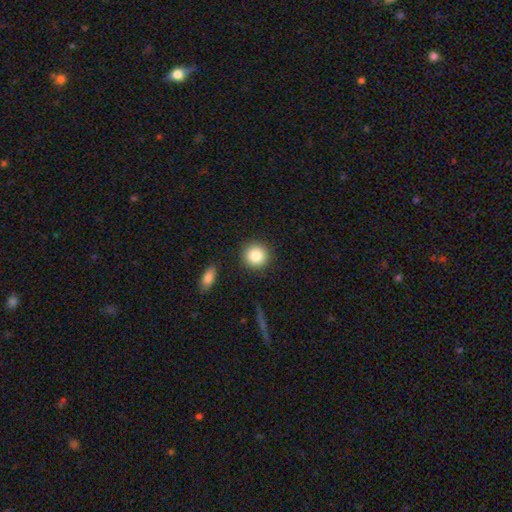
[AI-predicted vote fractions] Smooth or featured? Predicted: smooth (p=0.84). How rounded? Predicted: round (p=0.93). Merging? Predicted: none (p=0.89).